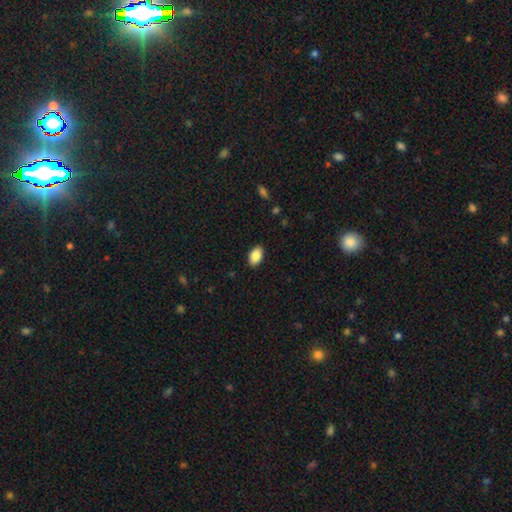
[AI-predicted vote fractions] Smooth or featured? smooth (88%)
How rounded? in between (93%)
Merging? none (89%)